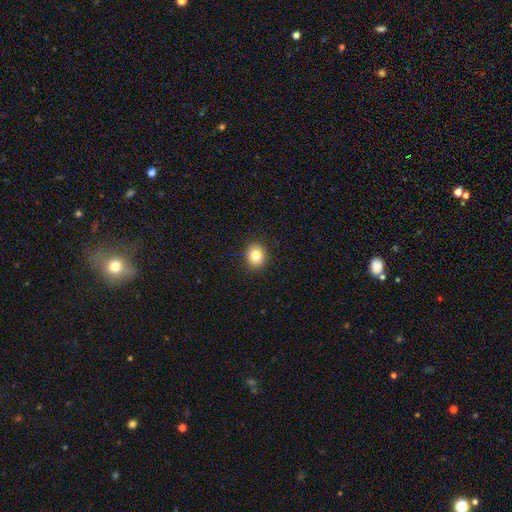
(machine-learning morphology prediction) This appears to be a smooth galaxy with no disk features (81%) that is round (63%). Merging: none (90%).